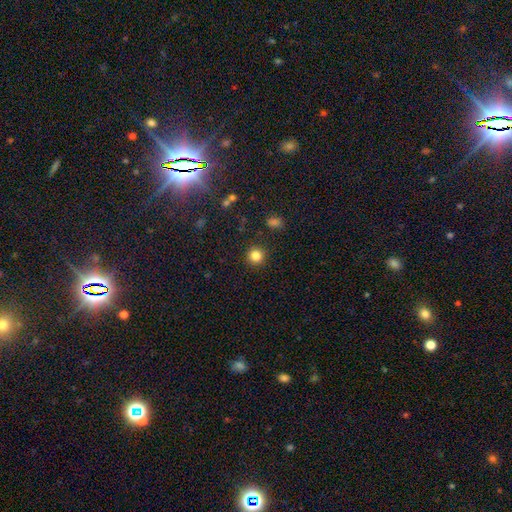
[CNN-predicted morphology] Q: Smooth or featured?
A: smooth (83%); runner-up: star or artifact (12%)
Q: How rounded?
A: round (94%); runner-up: in between (5%)
Q: Merging?
A: none (91%); runner-up: minor disturbance (5%)